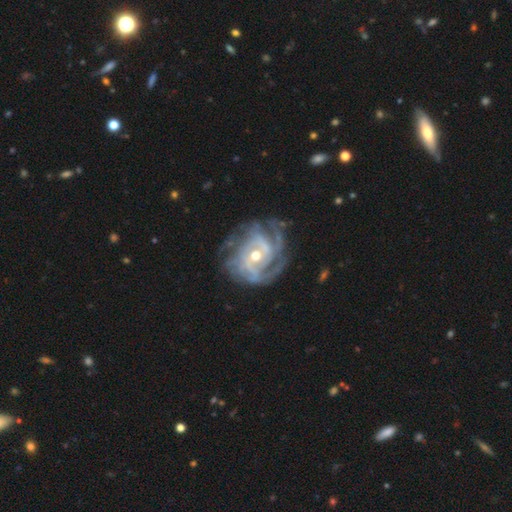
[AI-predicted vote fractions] This is clearly a featured or disk galaxy (90%). It is clearly not viewed edge-on (98%). Bar: likely no (62%). Spiral arm pattern: clearly yes (96%). Spiral arm count: marginally 3 (25%, tied with can't tell). Spiral winding: possibly tight (60%). Central bulge: possibly moderate (60%). Merging: likely none (65%).